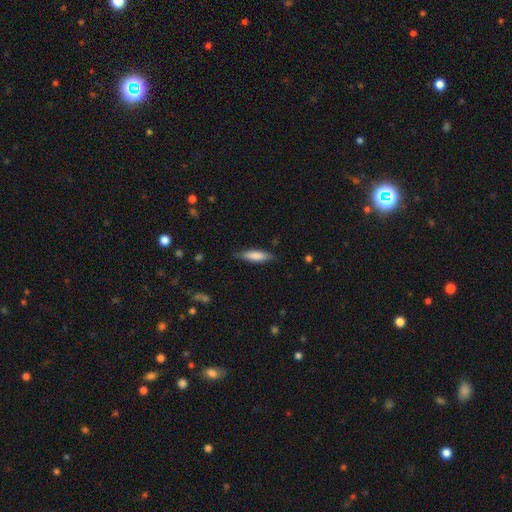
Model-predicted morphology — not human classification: This is likely a smooth galaxy (76%). How rounded: likely cigar-shaped (61%). Merging: clearly none (82%).